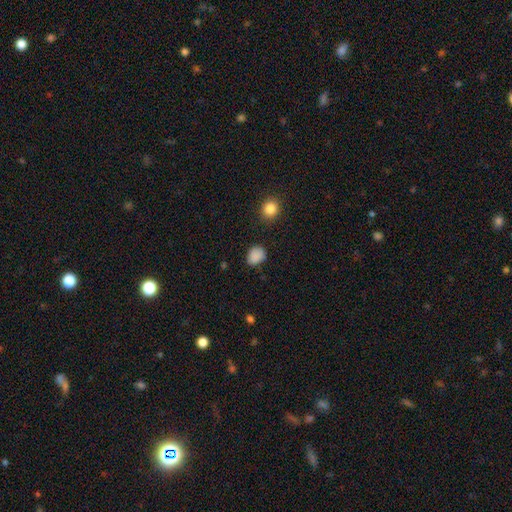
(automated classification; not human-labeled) smooth 87%, star or artifact 10%, featured or disk 3%. Down the decision tree: how rounded — in between (56%); merging — none (79%).